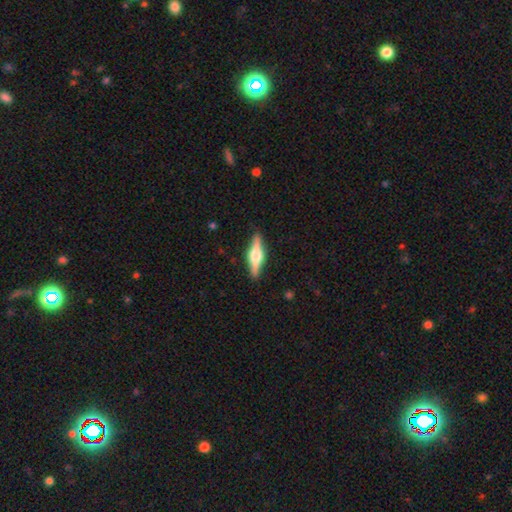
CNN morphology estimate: smooth_or_featured: featured or disk (p=0.70) [alt: smooth p=0.25]
disk_edge_on: yes (p=0.97) [alt: no p=0.03]
edge_on_bulge: rounded (p=0.92) [alt: boxy p=0.06]
merging: none (p=0.90) [alt: minor disturbance p=0.08]